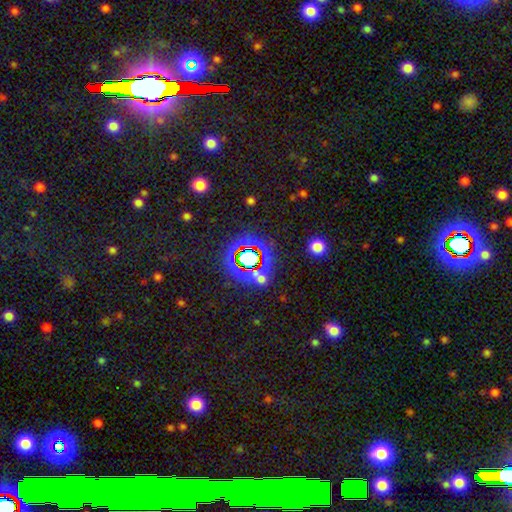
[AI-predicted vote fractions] Morphology: type=star or artifact (75%).